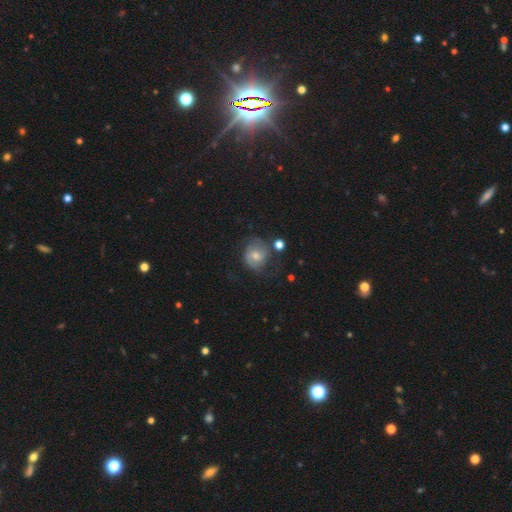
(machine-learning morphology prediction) Smooth or featured?
  - featured or disk: 48% *
  - smooth: 43%
  - star or artifact: 9%
Merging?
  - none: 52% *
  - minor disturbance: 25%
  - major disturbance: 17%
  - merger: 6%